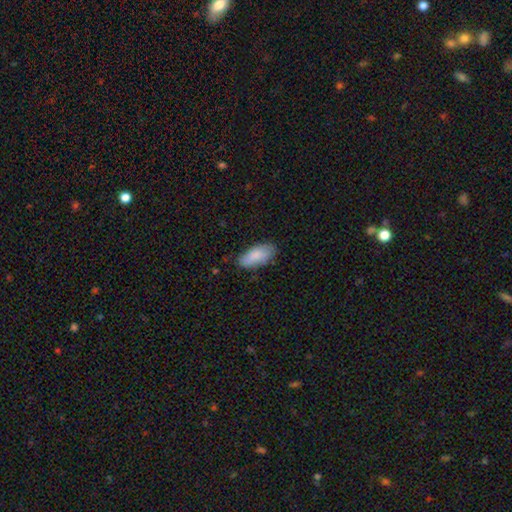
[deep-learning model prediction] This is clearly a smooth galaxy (85%). How rounded: clearly in between (89%). Merging: likely none (75%).